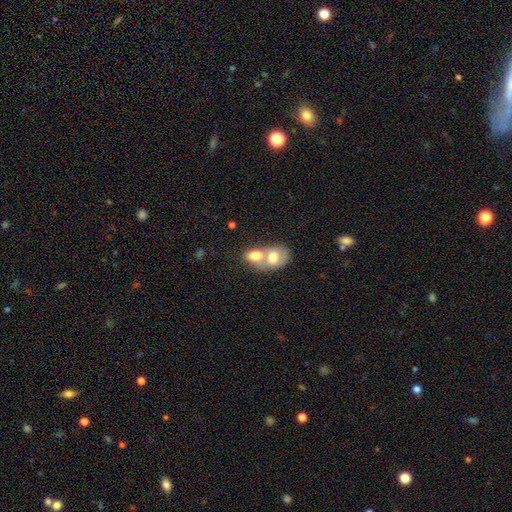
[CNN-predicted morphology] smooth 69%, featured or disk 24%, star or artifact 7%. Down the decision tree: how rounded — in between (71%); merging — merger (77%).